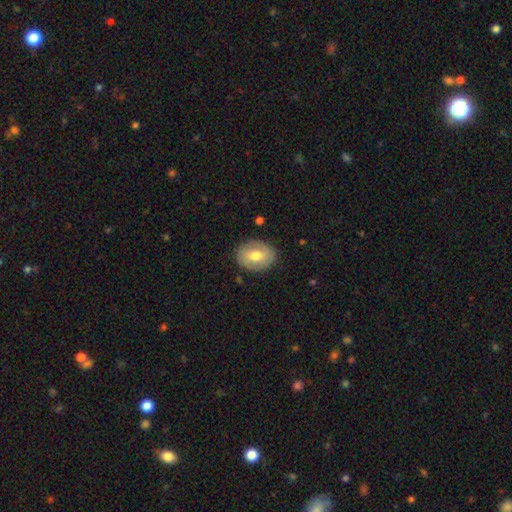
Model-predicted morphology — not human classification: smooth 55%, featured or disk 38%, star or artifact 7%. Down the decision tree: how rounded — in between (62%); merging — none (83%).